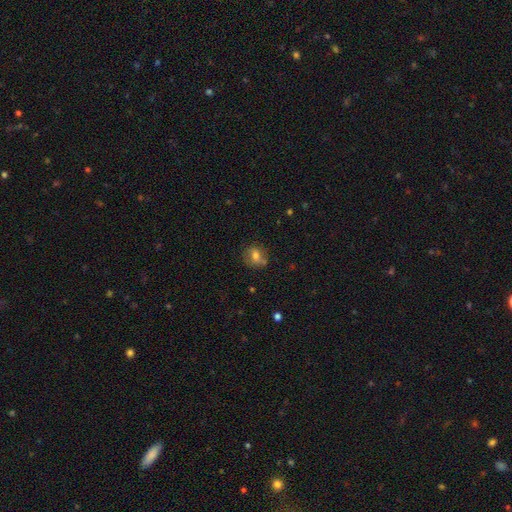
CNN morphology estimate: Q: Smooth or featured?
A: smooth (68%); runner-up: featured or disk (20%)
Q: How rounded?
A: round (64%); runner-up: in between (35%)
Q: Merging?
A: none (69%); runner-up: minor disturbance (17%)